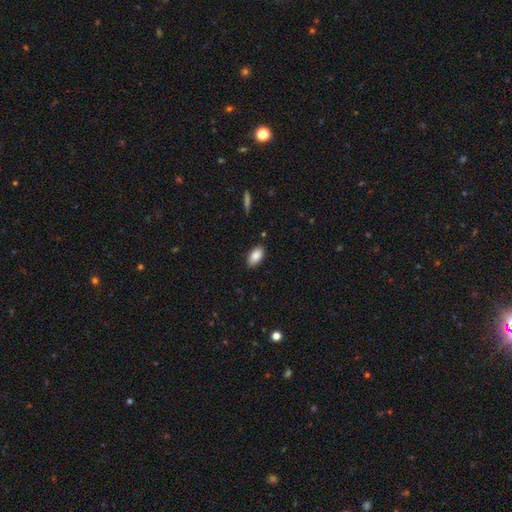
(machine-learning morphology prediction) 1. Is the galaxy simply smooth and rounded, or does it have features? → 87% smooth, 7% star or artifact, 6% featured or disk.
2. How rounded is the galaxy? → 93% in between, 4% cigar-shaped, 3% round.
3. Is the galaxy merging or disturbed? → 85% none, 12% minor disturbance, 2% major disturbance, 1% merger.